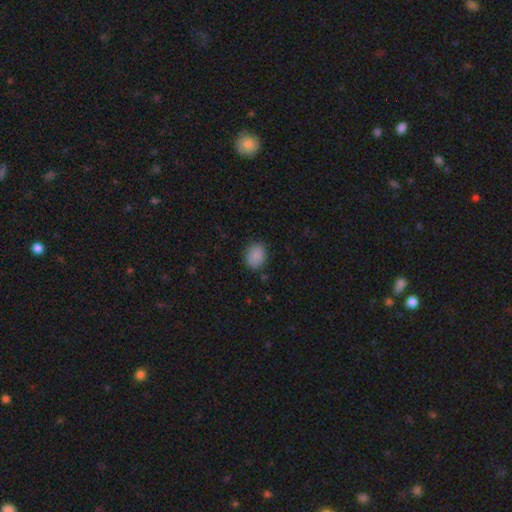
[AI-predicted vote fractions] smooth_or_featured: smooth (p=0.87) [alt: star or artifact p=0.09]
how_rounded: round (p=0.50) [alt: in between p=0.49]
merging: none (p=0.84) [alt: minor disturbance p=0.12]